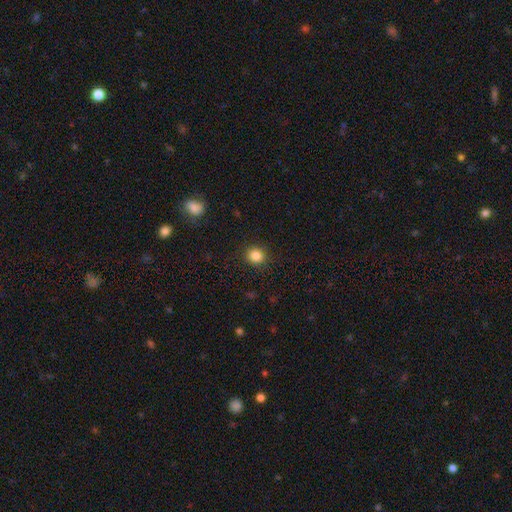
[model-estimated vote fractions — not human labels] Smooth or featured? Predicted: smooth (p=0.85). How rounded? Predicted: round (p=0.84). Merging? Predicted: none (p=0.90).